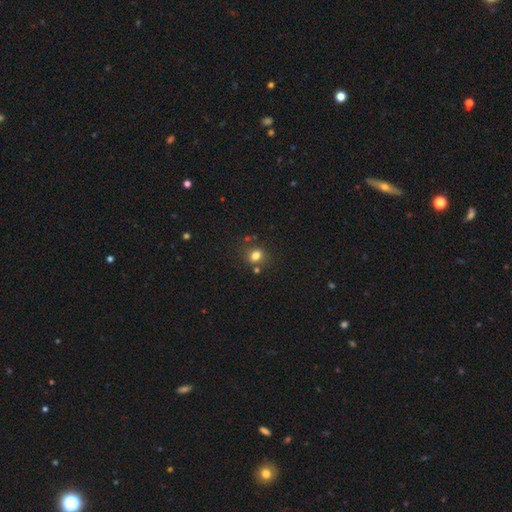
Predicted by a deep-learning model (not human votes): Overall: smooth (77%). How rounded: round (61%; in between 38%). Merging: none (70%).